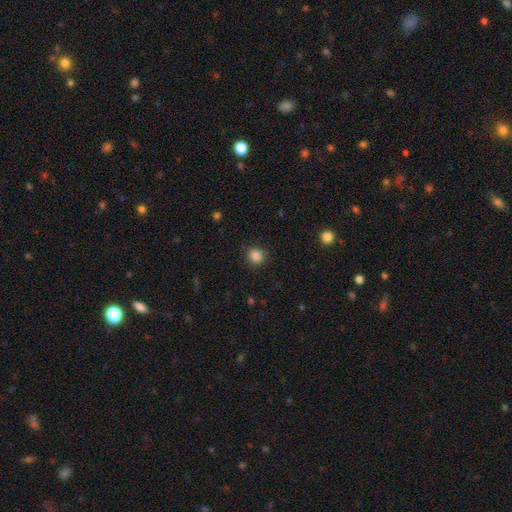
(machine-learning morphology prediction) A smooth galaxy with no disk features (86%) that is round (86%). Merging: none (89%).